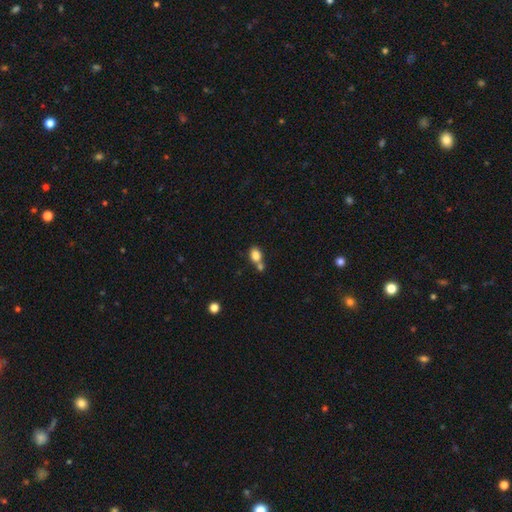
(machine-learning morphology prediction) smooth_or_featured: smooth (p=0.83) [alt: star or artifact p=0.10]
how_rounded: in between (p=0.66) [alt: round p=0.32]
merging: none (p=0.47) [alt: merger p=0.38]